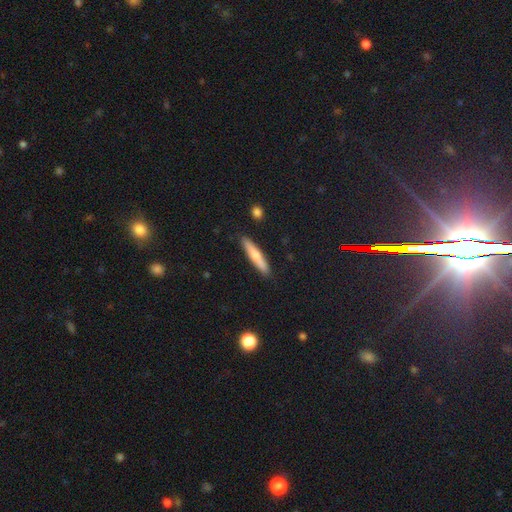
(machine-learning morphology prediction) smooth-or-featured: smooth: 66% | featured or disk: 28% | star or artifact: 6%
  how-rounded: cigar-shaped: 90% | in between: 9% | round: 1%
  merging: none: 89% | minor disturbance: 8% | major disturbance: 2% | merger: 2%